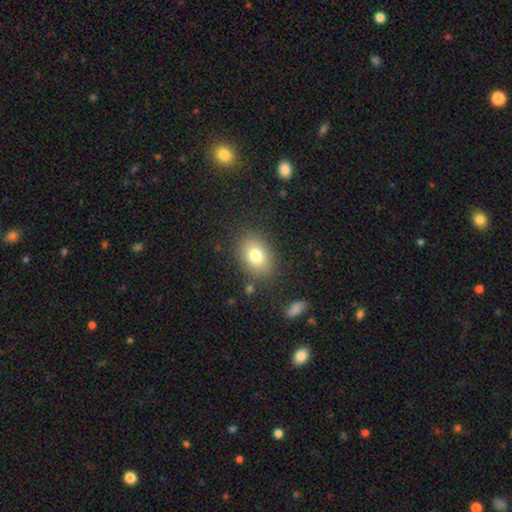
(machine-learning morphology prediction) Smooth or featured? smooth (78%)
How rounded? in between (70%)
Merging? none (83%)